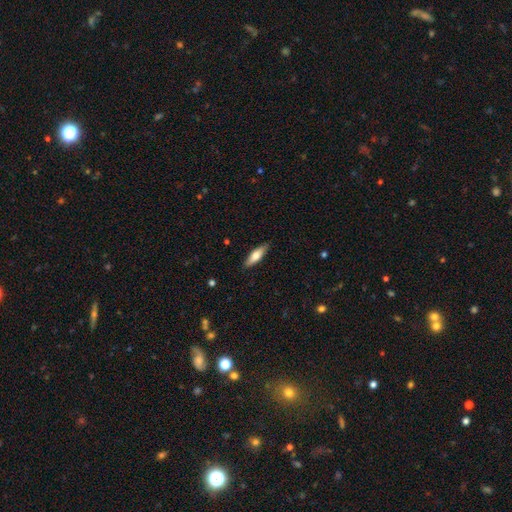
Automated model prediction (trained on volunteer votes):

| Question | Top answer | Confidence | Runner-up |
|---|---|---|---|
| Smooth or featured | smooth | 68% | featured or disk (26%) |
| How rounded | cigar-shaped | 53% | in between (45%) |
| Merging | none | 87% | minor disturbance (10%) |